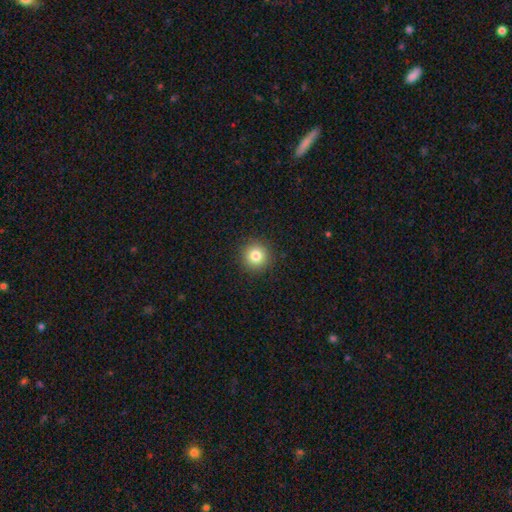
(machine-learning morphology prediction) This is clearly a smooth galaxy (82%). How rounded: clearly round (95%). Merging: clearly none (92%).